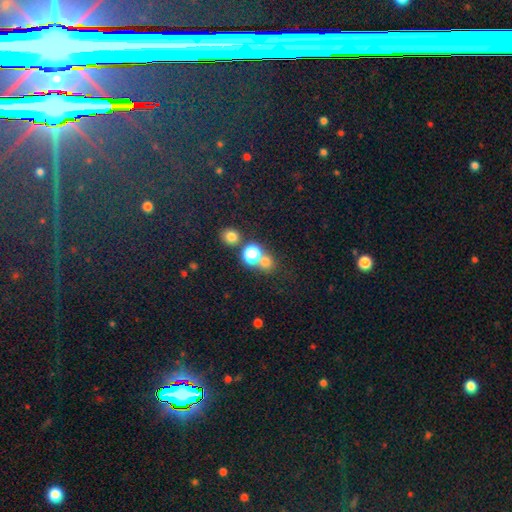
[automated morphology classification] Smooth or featured?
  - smooth: 67% *
  - star or artifact: 25%
  - featured or disk: 8%
How rounded?
  - round: 82% *
  - in between: 16%
  - cigar-shaped: 1%
Merging?
  - none: 60% *
  - merger: 29%
  - minor disturbance: 7%
  - major disturbance: 4%